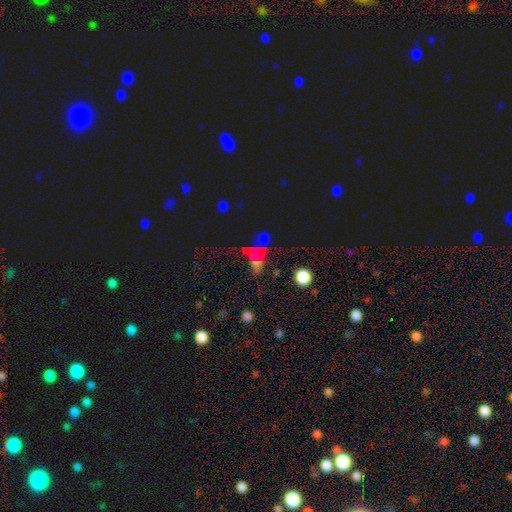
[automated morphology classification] This appears to be a smooth galaxy with no disk features (47%). Merging: none (37%).